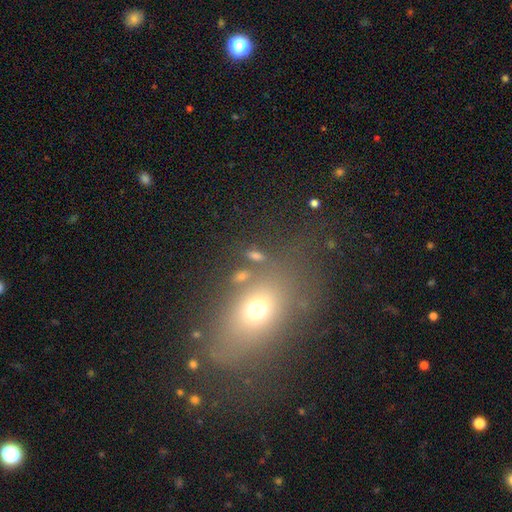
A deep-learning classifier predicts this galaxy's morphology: Smooth or featured?
  - smooth: 63% *
  - star or artifact: 23%
  - featured or disk: 14%
How rounded?
  - in between: 62% *
  - round: 31%
  - cigar-shaped: 7%
Merging?
  - none: 69% *
  - merger: 12%
  - minor disturbance: 12%
  - major disturbance: 8%